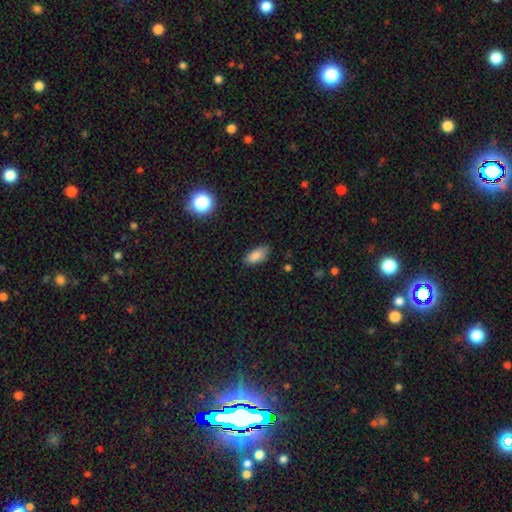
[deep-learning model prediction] Q: Smooth or featured?
A: smooth (85%); runner-up: star or artifact (9%)
Q: How rounded?
A: in between (88%); runner-up: cigar-shaped (9%)
Q: Merging?
A: none (79%); runner-up: minor disturbance (16%)